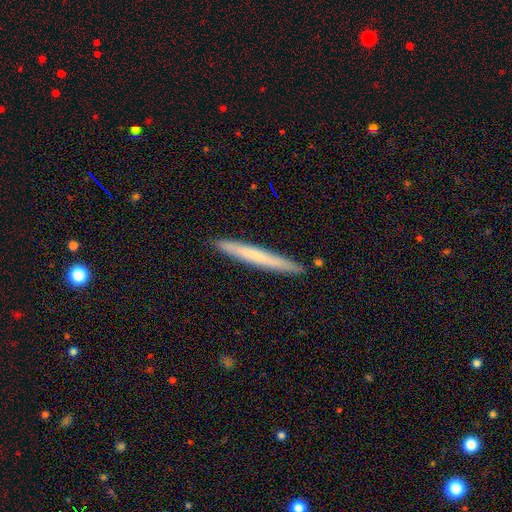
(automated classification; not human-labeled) Smooth or featured? smooth (62%)
How rounded? cigar-shaped (97%)
Merging? none (91%)